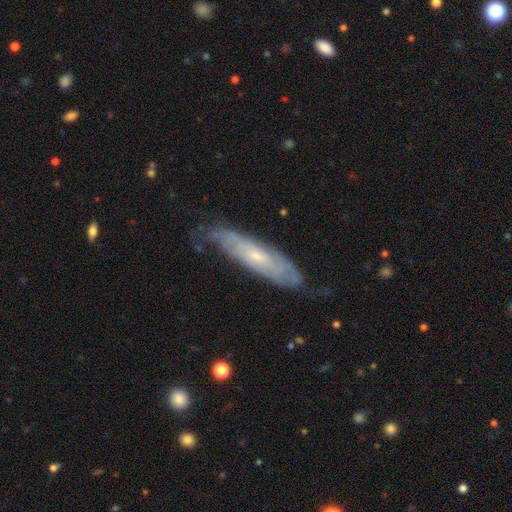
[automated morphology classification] Overall: featured or disk (69%). Edge-on disk: no (69%; yes 31%). Merging: none (66%).